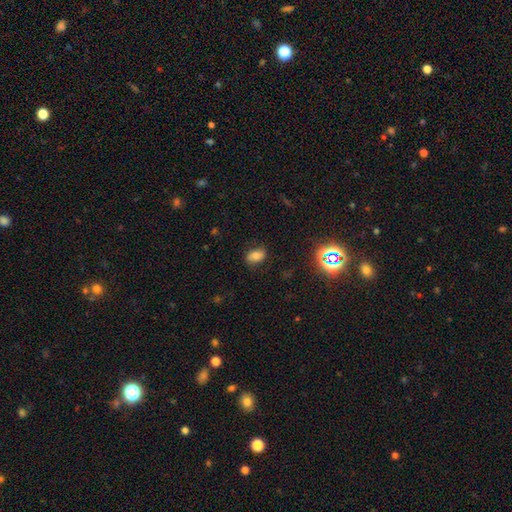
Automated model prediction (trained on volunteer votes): Smooth or featured? Predicted: smooth (p=0.73). How rounded? Predicted: in between (p=0.82). Merging? Predicted: none (p=0.80).